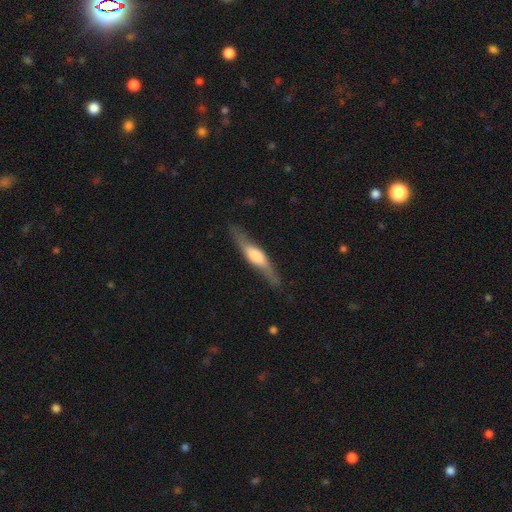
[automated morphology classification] The model was most divided on "smooth or featured": featured or disk: 63%, smooth: 32%, star or artifact: 5%. More confident: edge-on disk — yes (88%); merging — none (81%); edge-on bulge — rounded (68%).